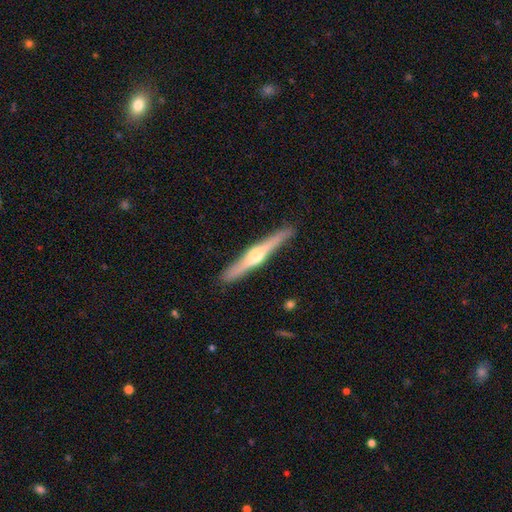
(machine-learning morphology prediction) Smooth or featured? featured or disk (71%)
Edge-on disk? yes (97%)
Edge-on bulge? rounded (91%)
Merging? none (90%)